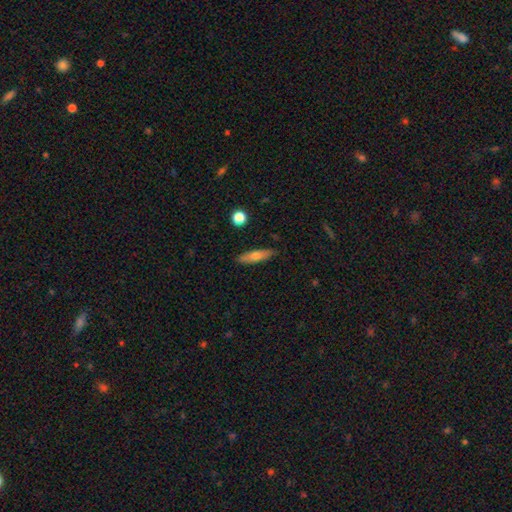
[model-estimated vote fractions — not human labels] This is likely a smooth galaxy (62%). How rounded: likely cigar-shaped (67%). Merging: clearly none (87%).